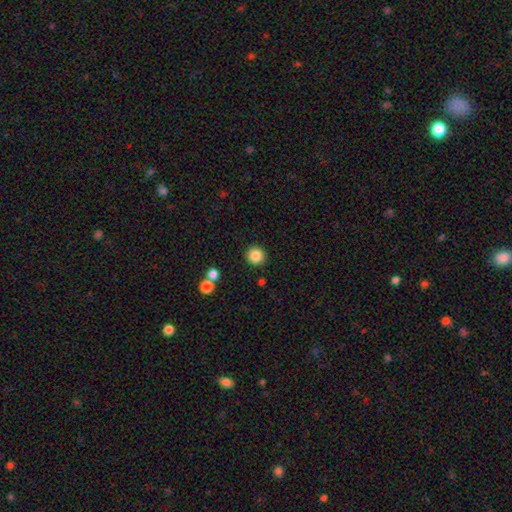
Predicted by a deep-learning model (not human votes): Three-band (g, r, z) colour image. It shows a smooth galaxy with no disk features (85%) that is round (94%). Merging: none (90%).